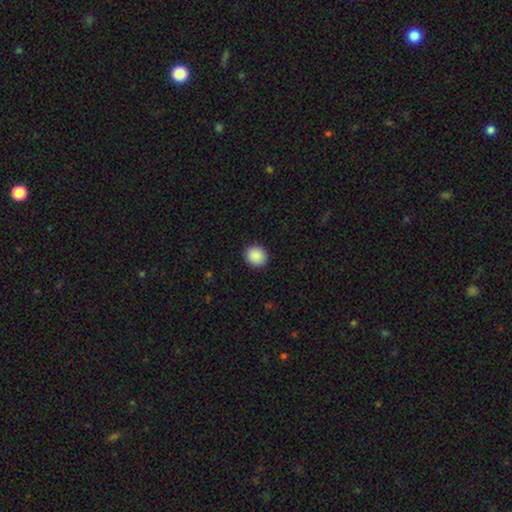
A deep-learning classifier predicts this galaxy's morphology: Smooth or featured: smooth — 90% (star or artifact — 8%)
How rounded: round — 86% (in between — 13%)
Merging: none — 92% (minor disturbance — 5%)